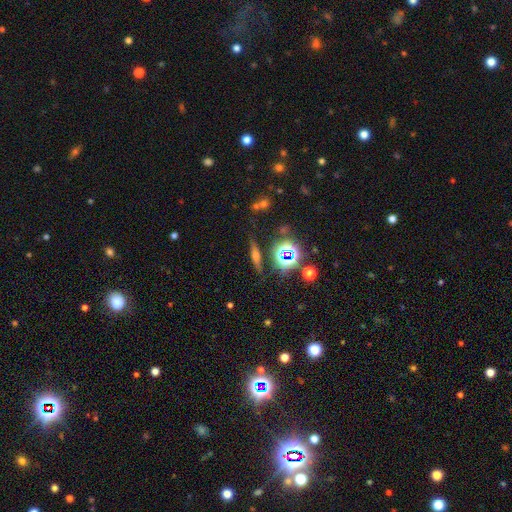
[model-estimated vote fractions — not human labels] The model was most divided on "smooth or featured": featured or disk: 41%, smooth: 31%, star or artifact: 28%. More confident: merging — none (82%).